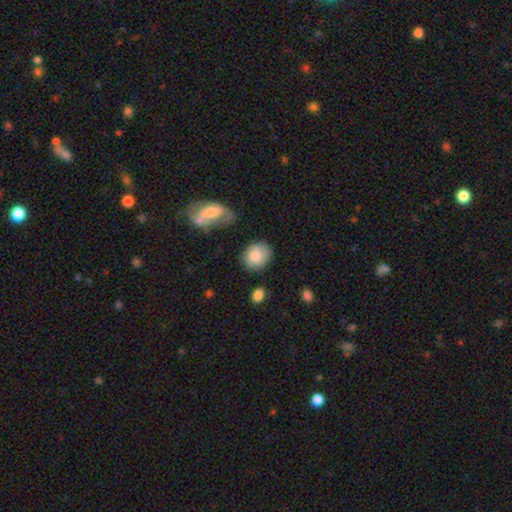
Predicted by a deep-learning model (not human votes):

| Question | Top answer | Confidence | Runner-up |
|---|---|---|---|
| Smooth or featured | smooth | 77% | featured or disk (16%) |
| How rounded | round | 64% | in between (35%) |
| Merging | none | 65% | minor disturbance (23%) |